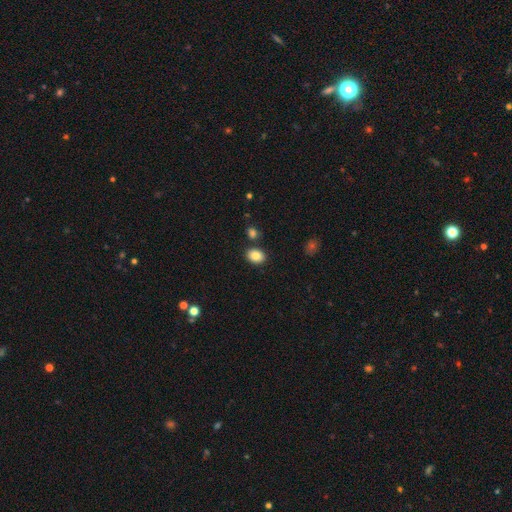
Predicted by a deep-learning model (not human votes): Morphology: type=smooth (86%); roundness=in between (62%); merging=none (82%).